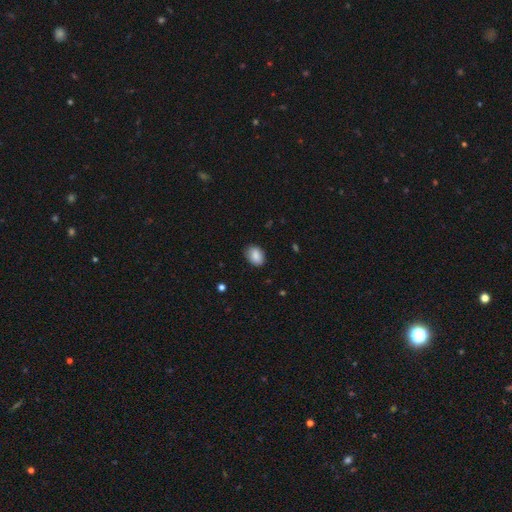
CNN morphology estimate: smooth 87%, star or artifact 8%, featured or disk 6%. Down the decision tree: how rounded — in between (74%); merging — none (83%).